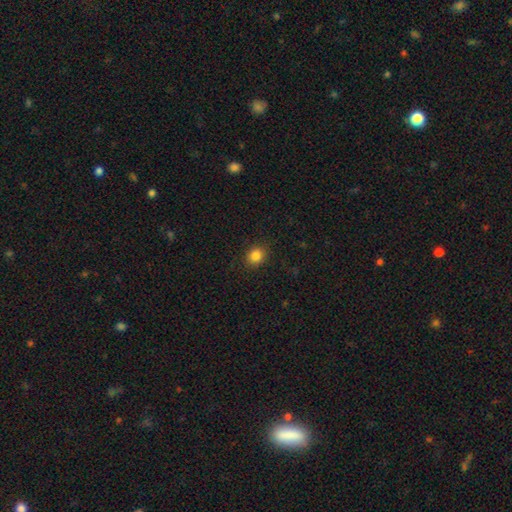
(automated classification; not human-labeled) Smooth or featured? smooth (85%)
How rounded? round (68%)
Merging? none (89%)